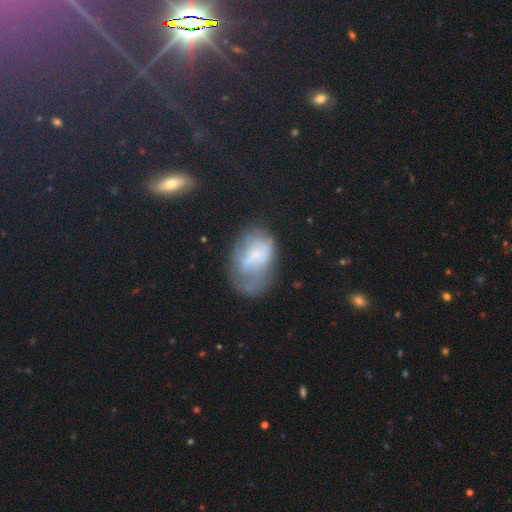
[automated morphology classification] Smooth or featured? Predicted: featured or disk (p=0.48). Merging? Predicted: major disturbance (p=0.33).